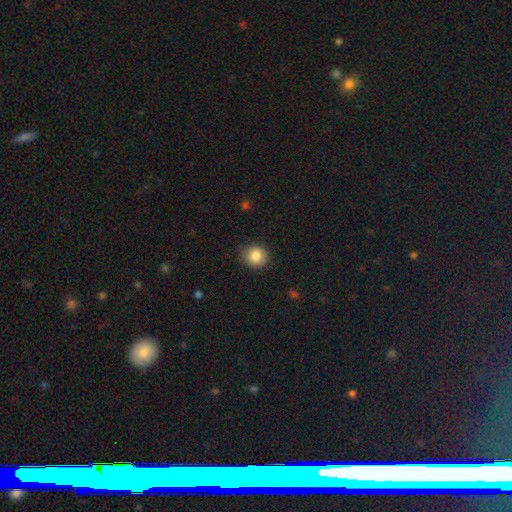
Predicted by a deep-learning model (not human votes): Smooth or featured?
  - smooth: 86% *
  - star or artifact: 9%
  - featured or disk: 5%
How rounded?
  - round: 88% *
  - in between: 11%
  - cigar-shaped: 1%
Merging?
  - none: 85% *
  - minor disturbance: 11%
  - major disturbance: 3%
  - merger: 1%